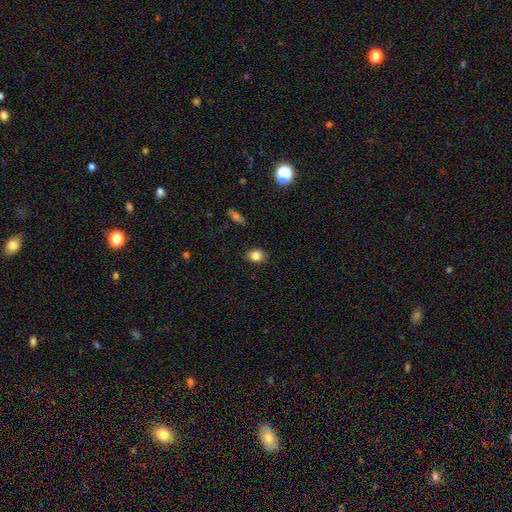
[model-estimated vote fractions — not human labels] smooth 83%, star or artifact 10%, featured or disk 6%. Down the decision tree: how rounded — round (50%); merging — none (88%).